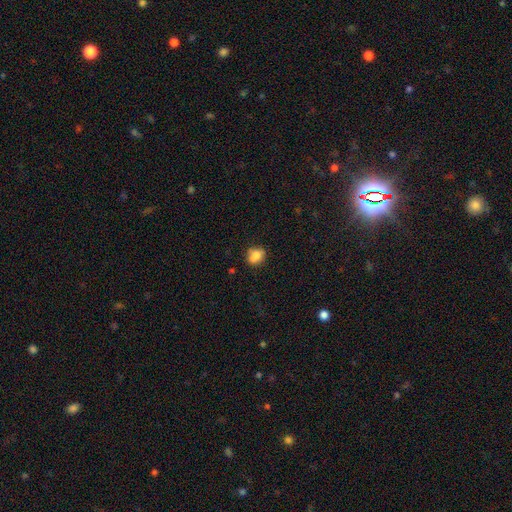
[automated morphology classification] A smooth galaxy with no disk features (80%) that is round (69%). Merging: none (68%).